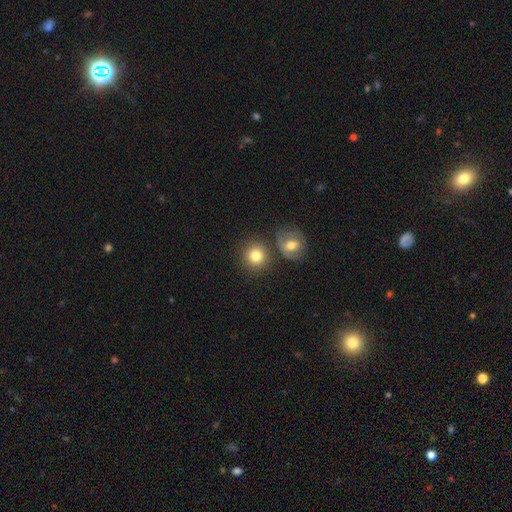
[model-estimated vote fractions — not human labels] smooth 79%, star or artifact 10%, featured or disk 10%. Down the decision tree: how rounded — round (88%); merging — none (72%).